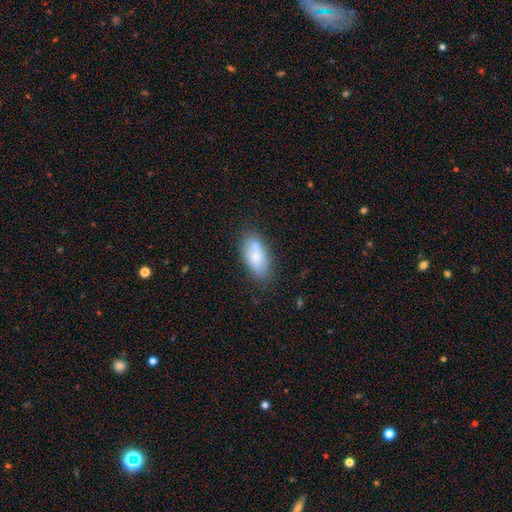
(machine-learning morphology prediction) Smooth or featured: smooth — 77% (featured or disk — 16%)
How rounded: in between — 88% (cigar-shaped — 8%)
Merging: none — 62% (merger — 17%)